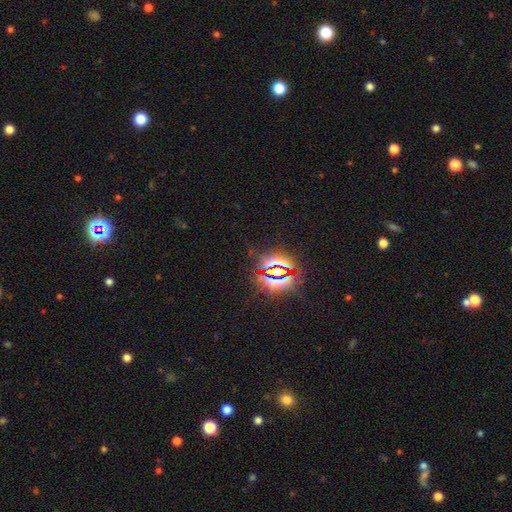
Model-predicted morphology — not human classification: A star or artifact, not a galaxy (83%).

Vote fractions:
- Smooth or featured? star or artifact: 83% / smooth: 10% / featured or disk: 7%